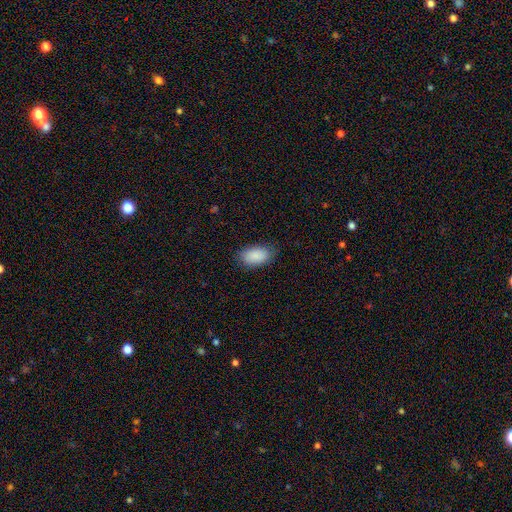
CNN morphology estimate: Overall: smooth (90%). How rounded: in between (93%). Merging: none (83%).